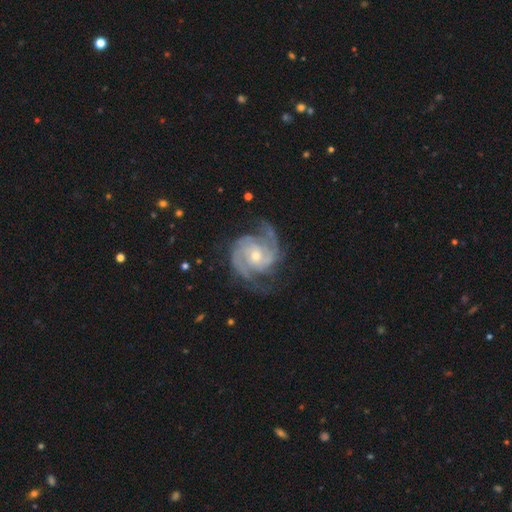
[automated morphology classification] smooth_or_featured: featured or disk (p=0.92) [alt: star or artifact p=0.05]
disk_edge_on: no (p=0.98) [alt: yes p=0.02]
bar: no (p=0.64) [alt: weak p=0.29]
has_spiral_arms: yes (p=0.98) [alt: no p=0.02]
spiral_winding: medium (p=0.47) [alt: tight p=0.43]
spiral_arm_count: 2 (p=0.75) [alt: 3 p=0.12]
bulge_size: small (p=0.53) [alt: moderate p=0.43]
merging: none (p=0.74) [alt: minor disturbance p=0.17]